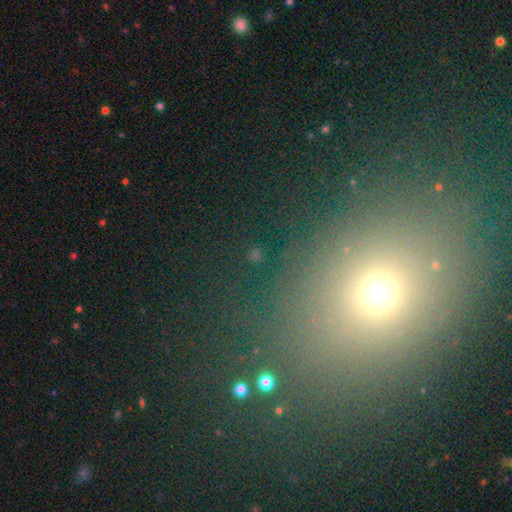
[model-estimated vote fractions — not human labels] This is possibly a star or artifact rather than a galaxy (57%).